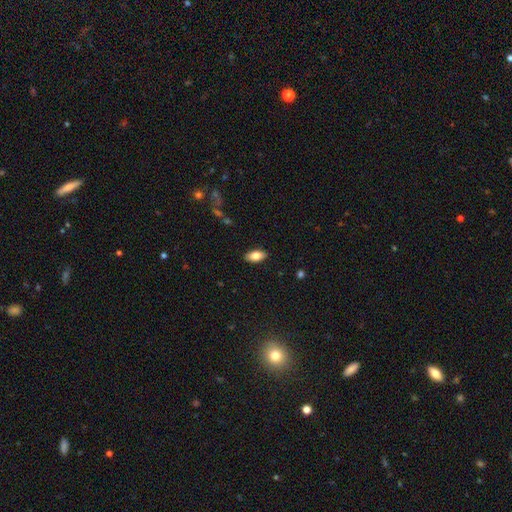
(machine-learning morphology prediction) This is likely a smooth galaxy (80%). How rounded: clearly in between (91%). Merging: clearly none (88%).